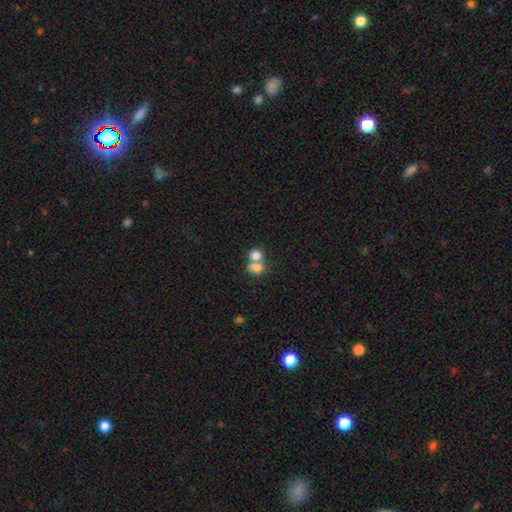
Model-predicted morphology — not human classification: smooth_or_featured: smooth (p=0.79) [alt: featured or disk p=0.11]
how_rounded: round (p=0.65) [alt: in between p=0.33]
merging: merger (p=0.60) [alt: none p=0.30]